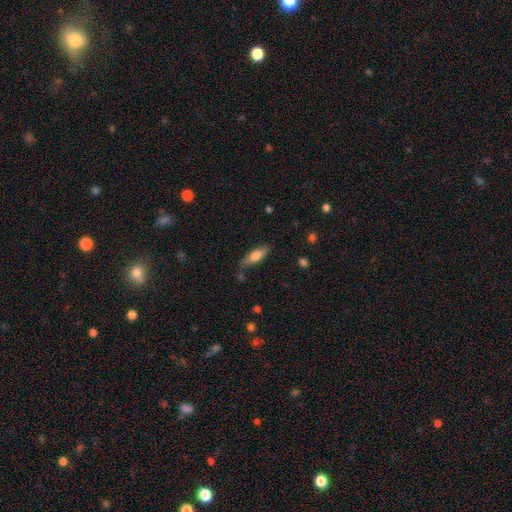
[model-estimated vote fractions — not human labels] A smooth galaxy with no disk features (64%) that is in between round and cigar-shaped (56%).

Vote fractions:
- Smooth or featured? smooth: 64% / featured or disk: 30% / star or artifact: 7%
- How rounded? in between: 56% / cigar-shaped: 42% / round: 3%
- Merging? none: 75% / minor disturbance: 18% / major disturbance: 4% / merger: 4%